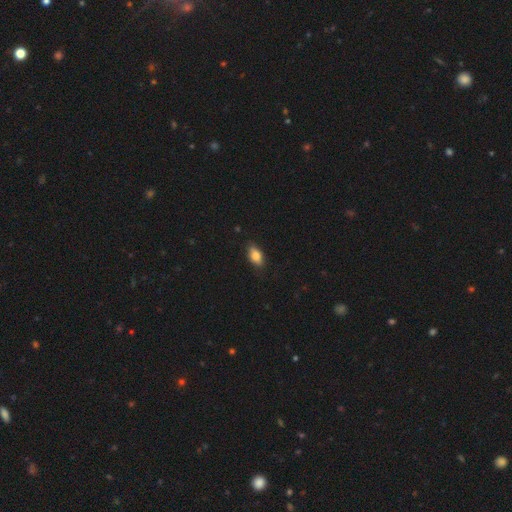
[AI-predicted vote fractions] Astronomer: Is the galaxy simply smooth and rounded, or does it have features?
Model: smooth — 80%.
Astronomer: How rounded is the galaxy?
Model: in between — 88%.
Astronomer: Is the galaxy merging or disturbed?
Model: none — 81%.